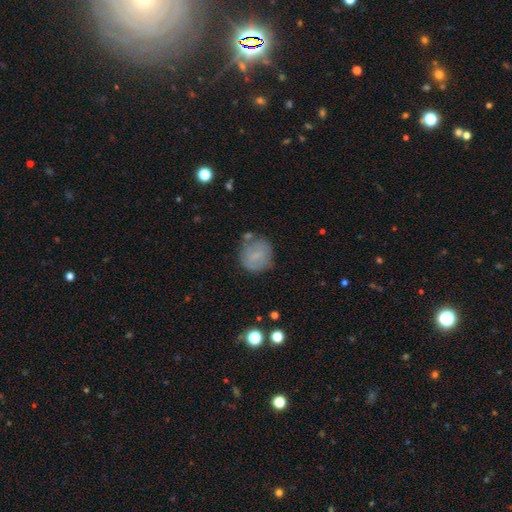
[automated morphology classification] smooth 68%, featured or disk 23%, star or artifact 9%. Down the decision tree: how rounded — round (84%); merging — none (69%).